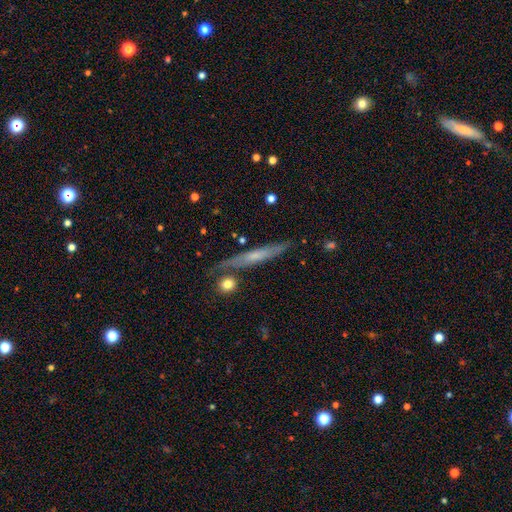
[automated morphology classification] Q: Smooth or featured?
A: featured or disk (51%); runner-up: smooth (42%)
Q: Edge-on disk?
A: yes (88%); runner-up: no (12%)
Q: Merging?
A: none (77%); runner-up: minor disturbance (14%)